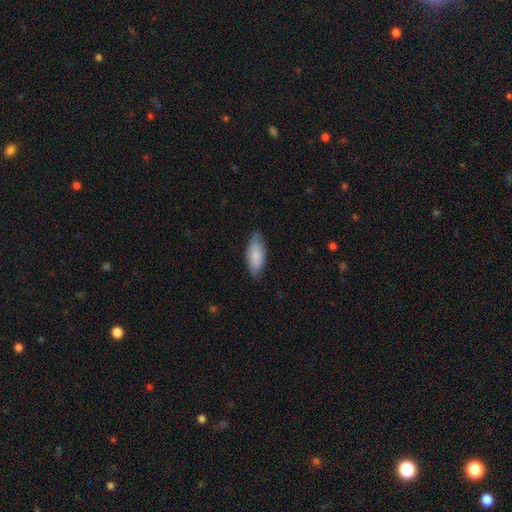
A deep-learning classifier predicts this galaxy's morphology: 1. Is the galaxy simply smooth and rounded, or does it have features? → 80% smooth, 14% featured or disk, 6% star or artifact.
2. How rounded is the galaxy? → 76% in between, 23% cigar-shaped, 2% round.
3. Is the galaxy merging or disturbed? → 74% none, 22% minor disturbance, 3% major disturbance, 1% merger.